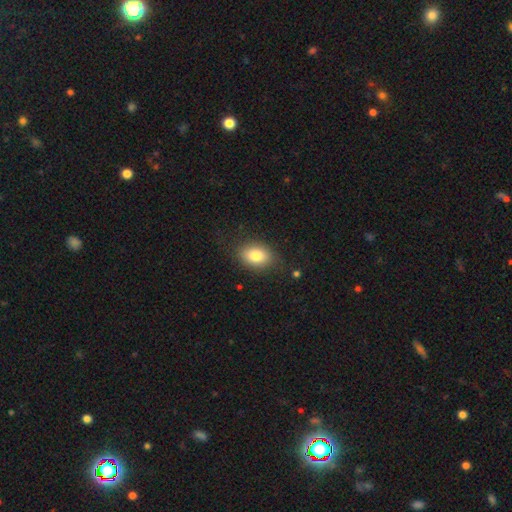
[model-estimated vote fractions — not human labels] Smooth or featured: smooth — 82% (featured or disk — 9%)
How rounded: in between — 76% (round — 23%)
Merging: none — 82% (minor disturbance — 13%)